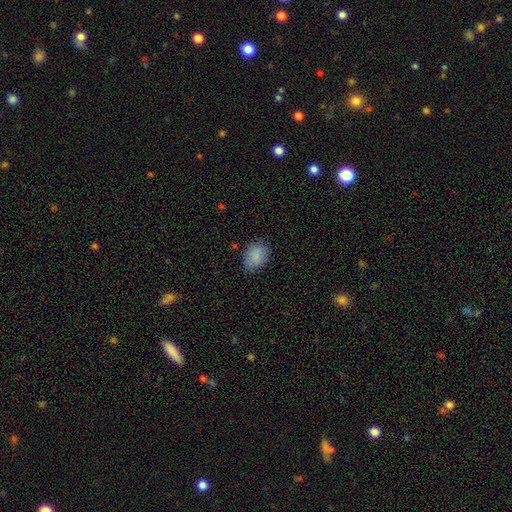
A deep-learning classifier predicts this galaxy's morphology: This is clearly a smooth galaxy (87%). How rounded: likely in between (63%). Merging: likely none (78%).